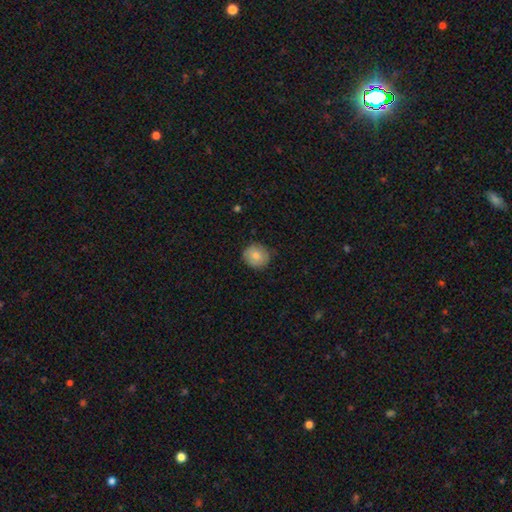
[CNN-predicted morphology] smooth-or-featured: smooth: 80% | featured or disk: 13% | star or artifact: 8%
  how-rounded: round: 84% | in between: 15% | cigar-shaped: 1%
  merging: none: 79% | minor disturbance: 17% | major disturbance: 3% | merger: 1%